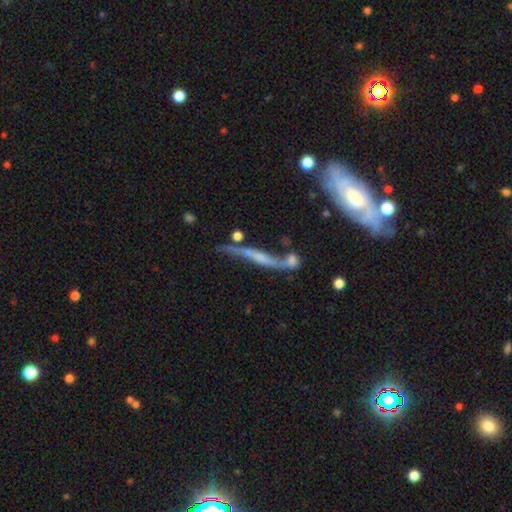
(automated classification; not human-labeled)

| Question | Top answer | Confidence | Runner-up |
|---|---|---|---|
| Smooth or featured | featured or disk | 66% | smooth (21%) |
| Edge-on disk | yes | 72% | no (28%) |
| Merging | none | 56% | minor disturbance (19%) |